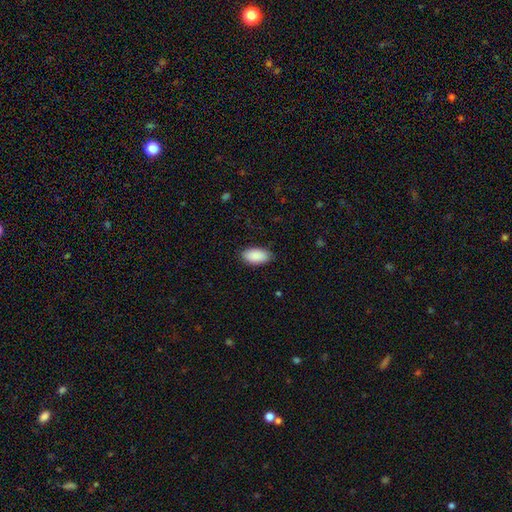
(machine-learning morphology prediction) This is clearly a smooth galaxy (90%). How rounded: clearly in between (95%). Merging: clearly none (87%).